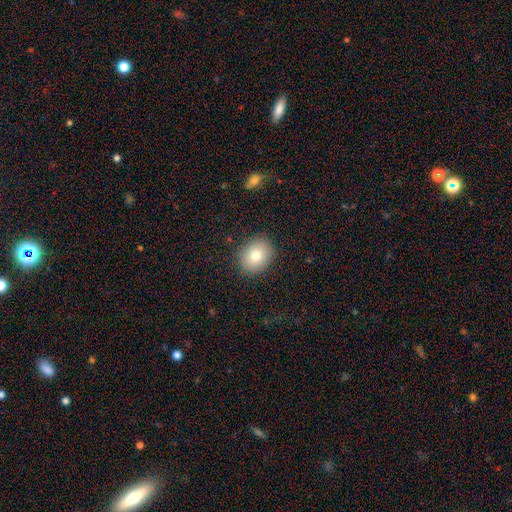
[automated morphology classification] Smooth or featured?
  - smooth: 78% *
  - featured or disk: 12%
  - star or artifact: 10%
How rounded?
  - round: 60% *
  - in between: 39%
  - cigar-shaped: 1%
Merging?
  - none: 88% *
  - minor disturbance: 8%
  - major disturbance: 2%
  - merger: 1%